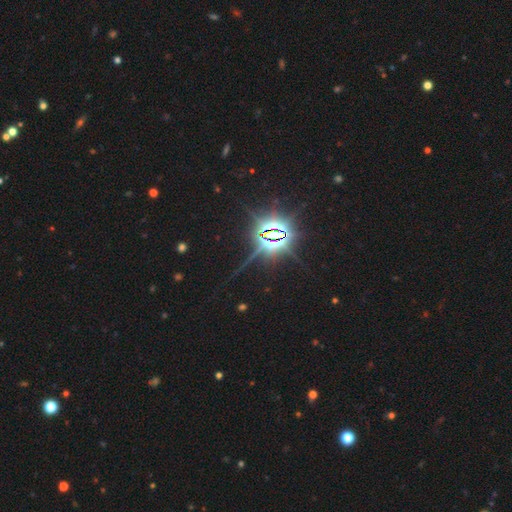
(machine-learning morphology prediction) A star or artifact, not a galaxy (87%).